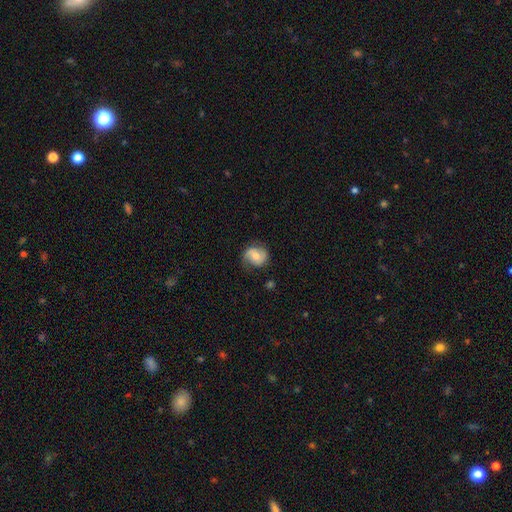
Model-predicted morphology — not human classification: Overall: smooth (47%; featured or disk 45%). Merging: none (67%).